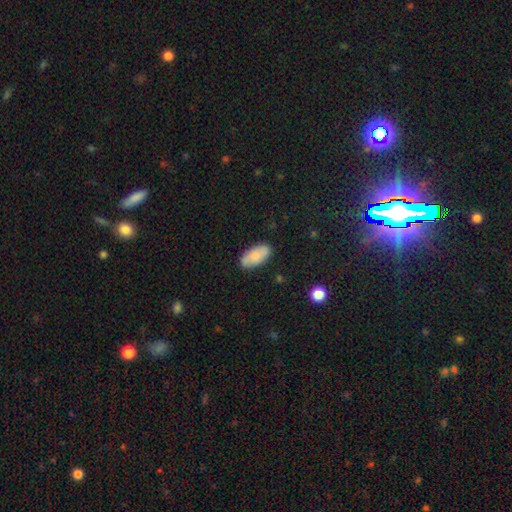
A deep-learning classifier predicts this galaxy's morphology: A smooth galaxy with no disk features (80%) that is in between round and cigar-shaped (91%). Merging: none (83%).